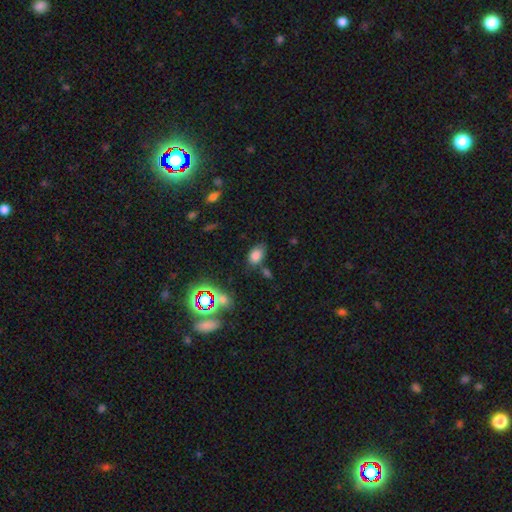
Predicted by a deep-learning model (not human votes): The model was most divided on "merging": none: 64%, minor disturbance: 21%, merger: 10%, major disturbance: 6%. More confident: how rounded — in between (84%); smooth or featured — smooth (75%).